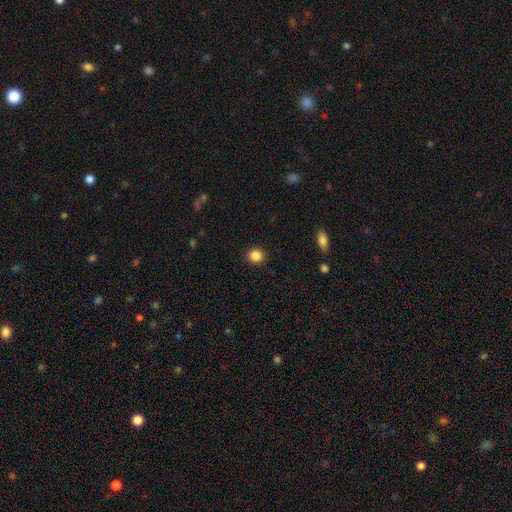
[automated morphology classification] Q: Smooth or featured?
A: smooth (86%); runner-up: star or artifact (10%)
Q: How rounded?
A: round (85%); runner-up: in between (14%)
Q: Merging?
A: none (92%); runner-up: minor disturbance (6%)